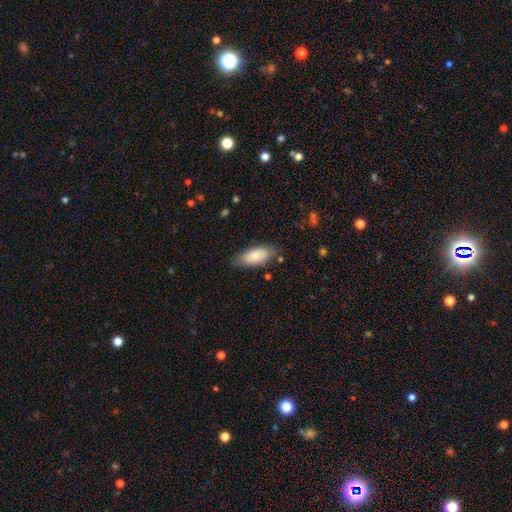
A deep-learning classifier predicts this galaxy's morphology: Smooth or featured?
  - smooth: 85% *
  - featured or disk: 9%
  - star or artifact: 6%
How rounded?
  - in between: 84% *
  - cigar-shaped: 14%
  - round: 2%
Merging?
  - none: 76% *
  - minor disturbance: 18%
  - major disturbance: 4%
  - merger: 2%